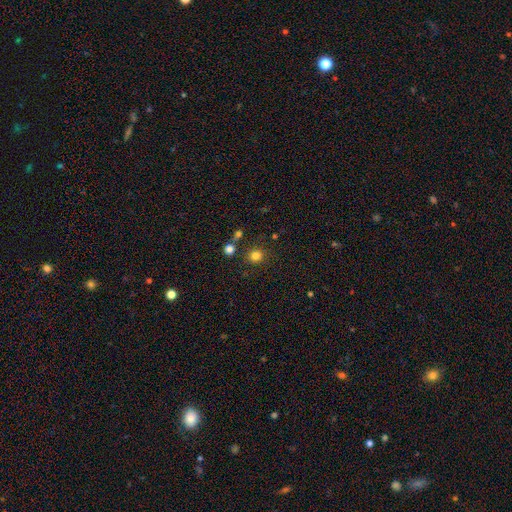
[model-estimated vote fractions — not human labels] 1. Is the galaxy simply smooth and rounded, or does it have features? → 80% smooth, 14% star or artifact, 5% featured or disk.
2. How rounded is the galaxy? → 89% round, 10% in between, 1% cigar-shaped.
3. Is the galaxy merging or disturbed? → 82% none, 8% minor disturbance, 7% merger, 3% major disturbance.